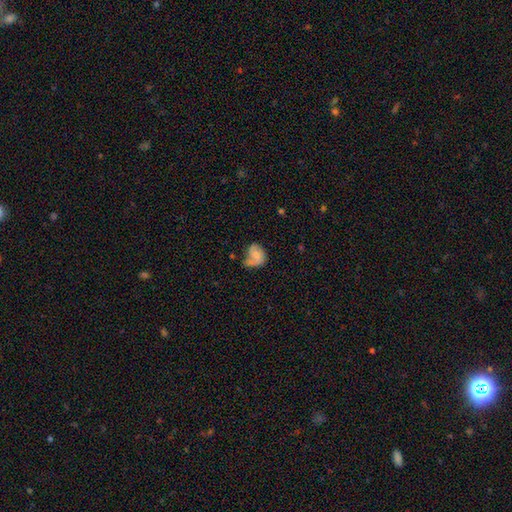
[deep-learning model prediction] A smooth galaxy with no disk features (46%).

Vote fractions:
- Smooth or featured? smooth: 46% / featured or disk: 45% / star or artifact: 9%
- Merging? none: 37% / minor disturbance: 30% / major disturbance: 25% / merger: 8%